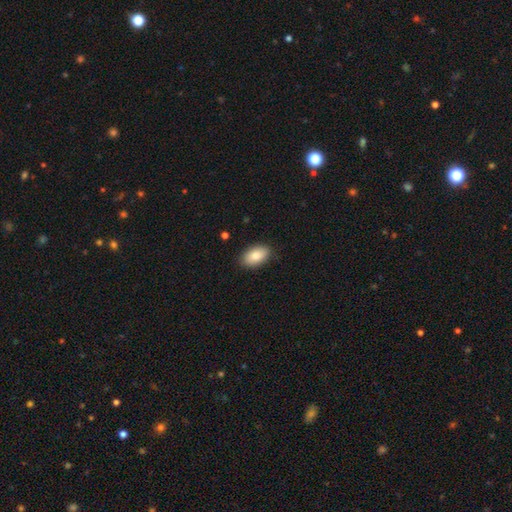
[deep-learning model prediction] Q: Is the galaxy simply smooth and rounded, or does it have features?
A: smooth — 83%.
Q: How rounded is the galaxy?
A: in between — 93%.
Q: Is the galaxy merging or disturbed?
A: none — 87%.